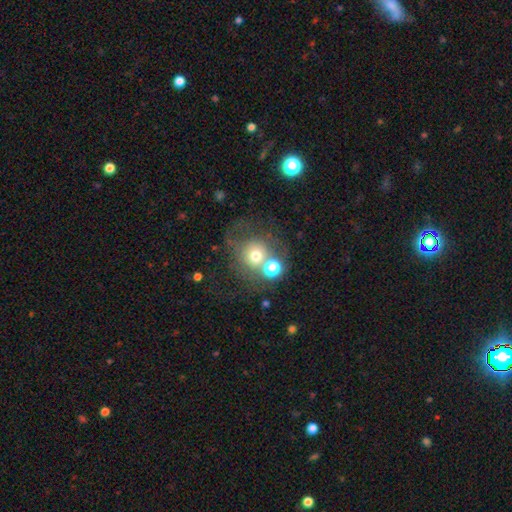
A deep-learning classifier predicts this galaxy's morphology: Overall: smooth (62%). How rounded: round (87%). Merging: none (45%; merger 28%).